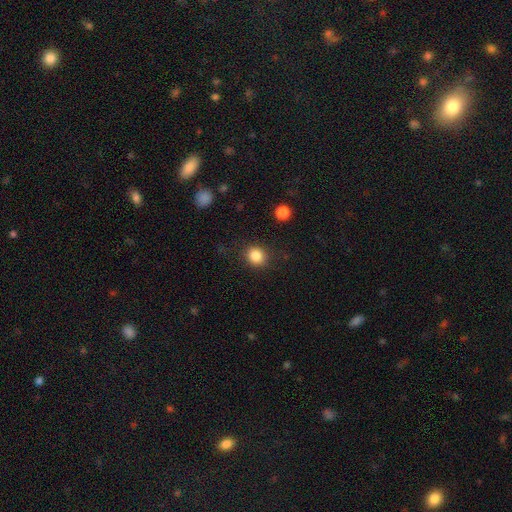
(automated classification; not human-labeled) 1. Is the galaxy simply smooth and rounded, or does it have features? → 84% smooth, 11% star or artifact, 5% featured or disk.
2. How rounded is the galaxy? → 80% round, 19% in between, 1% cigar-shaped.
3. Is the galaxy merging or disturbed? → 87% none, 8% minor disturbance, 3% major disturbance, 2% merger.